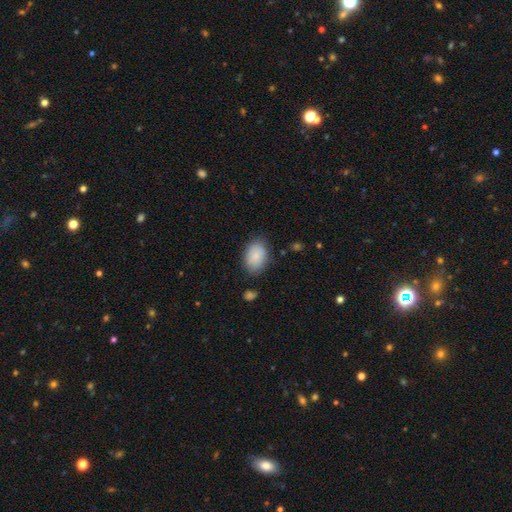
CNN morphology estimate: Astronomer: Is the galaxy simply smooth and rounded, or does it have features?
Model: smooth — 87%.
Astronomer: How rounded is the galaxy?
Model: in between — 84%.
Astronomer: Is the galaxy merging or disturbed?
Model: none — 79%.